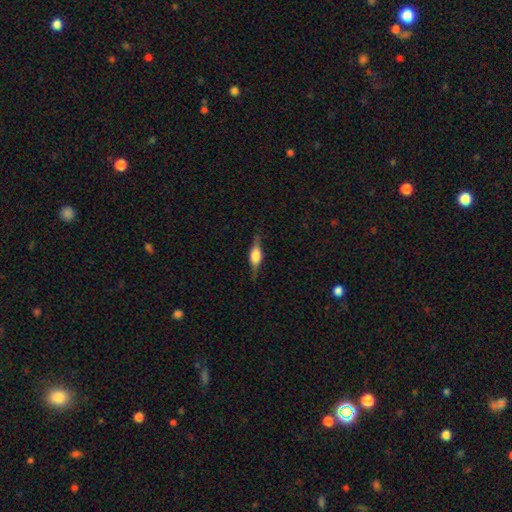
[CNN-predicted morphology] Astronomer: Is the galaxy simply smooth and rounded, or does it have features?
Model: featured or disk — 61%.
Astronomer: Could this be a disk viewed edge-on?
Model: yes — 95%.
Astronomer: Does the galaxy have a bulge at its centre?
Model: rounded — 83%.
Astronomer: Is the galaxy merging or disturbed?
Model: none — 81%.